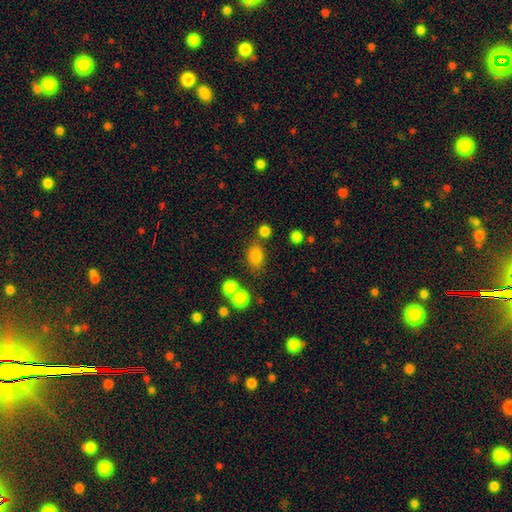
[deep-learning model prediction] A smooth galaxy with no disk features (81%) that is in between round and cigar-shaped (67%).

Vote fractions:
- Smooth or featured? smooth: 81% / star or artifact: 13% / featured or disk: 6%
- How rounded? in between: 67% / round: 31% / cigar-shaped: 1%
- Merging? none: 70% / minor disturbance: 13% / merger: 13% / major disturbance: 5%